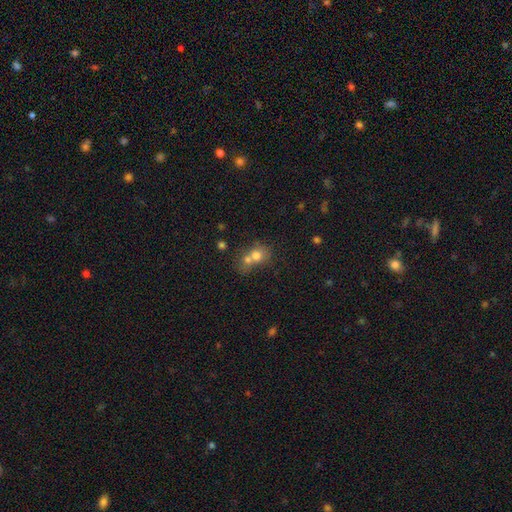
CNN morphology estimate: type=smooth (70%); roundness=round (69%); merging=merger (64%).